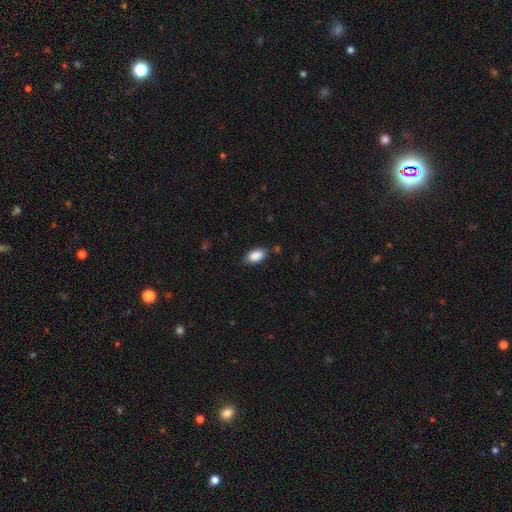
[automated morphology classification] Smooth or featured?
  - smooth: 88% *
  - star or artifact: 7%
  - featured or disk: 5%
How rounded?
  - in between: 92% *
  - cigar-shaped: 5%
  - round: 4%
Merging?
  - none: 77% *
  - minor disturbance: 18%
  - major disturbance: 3%
  - merger: 2%